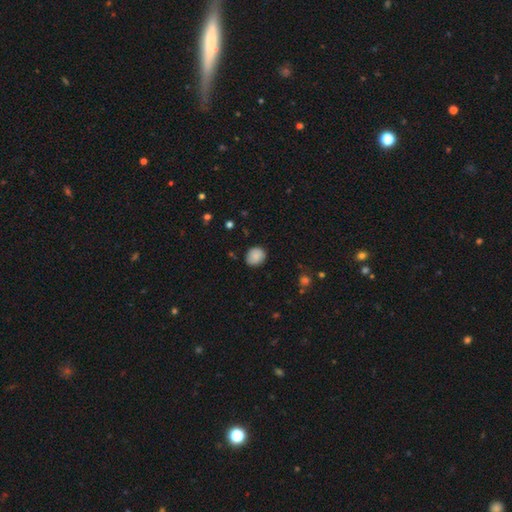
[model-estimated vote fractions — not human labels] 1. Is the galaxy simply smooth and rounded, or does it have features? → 85% smooth, 8% star or artifact, 7% featured or disk.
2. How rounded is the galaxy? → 68% round, 31% in between, 1% cigar-shaped.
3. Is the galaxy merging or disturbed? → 78% none, 18% minor disturbance, 3% major disturbance, 1% merger.